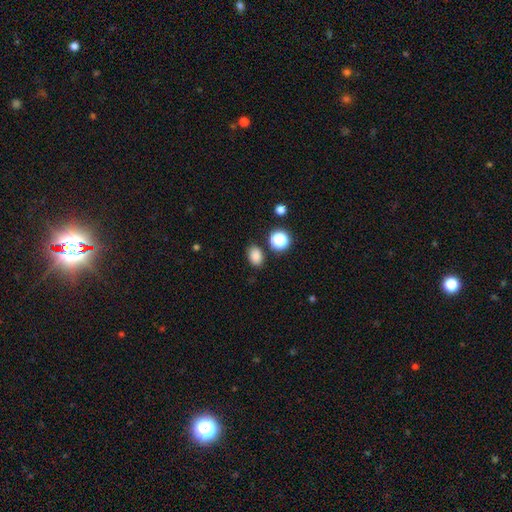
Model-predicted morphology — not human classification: Smooth or featured? Predicted: smooth (p=0.83). How rounded? Predicted: in between (p=0.72). Merging? Predicted: none (p=0.81).